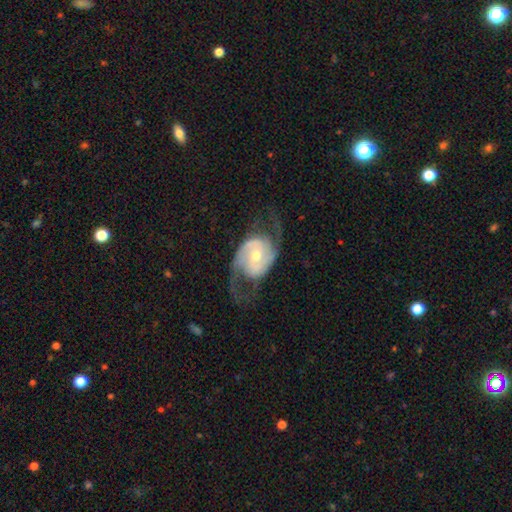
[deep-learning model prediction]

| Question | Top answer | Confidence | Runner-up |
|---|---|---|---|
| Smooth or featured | featured or disk | 86% | smooth (9%) |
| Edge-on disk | no | 97% | yes (3%) |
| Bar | no | 57% | weak (33%) |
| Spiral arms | yes | 95% | no (5%) |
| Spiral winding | medium | 46% | loose (37%) |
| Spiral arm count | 2 | 91% | can't tell (4%) |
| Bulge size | moderate | 63% | small (29%) |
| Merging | none | 66% | major disturbance (17%) |